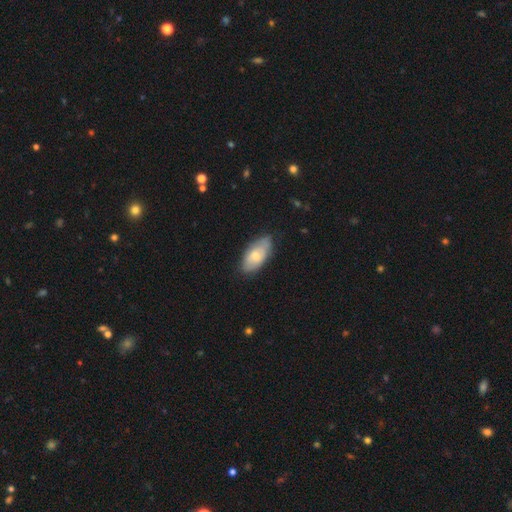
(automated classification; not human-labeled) smooth-or-featured: smooth: 64% | featured or disk: 30% | star or artifact: 6%
  how-rounded: in between: 92% | cigar-shaped: 5% | round: 3%
  merging: none: 68% | minor disturbance: 26% | major disturbance: 5% | merger: 2%